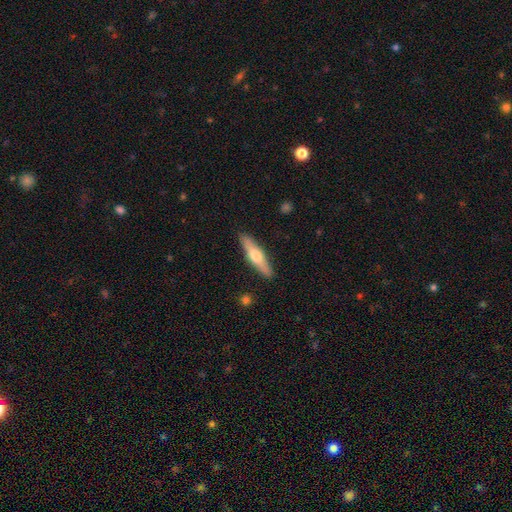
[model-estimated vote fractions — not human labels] Smooth or featured? Predicted: featured or disk (p=0.48). Merging? Predicted: none (p=0.89).